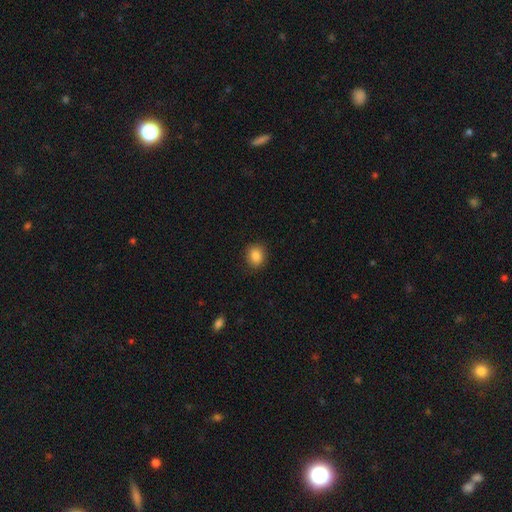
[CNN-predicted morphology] smooth 85%, star or artifact 10%, featured or disk 5%. Down the decision tree: how rounded — round (65%); merging — none (87%).